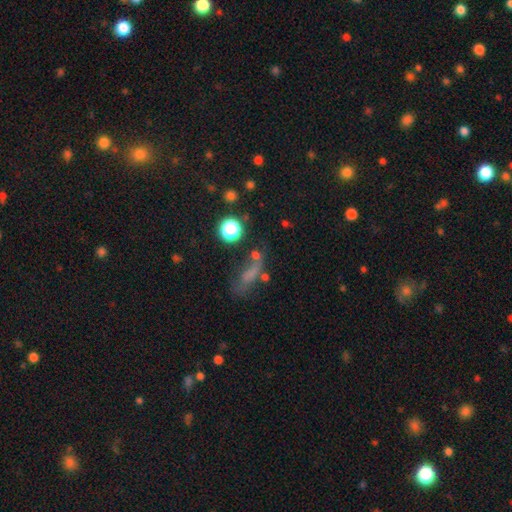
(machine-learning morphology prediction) The model was most divided on "smooth or featured": star or artifact: 44%, smooth: 39%, featured or disk: 17%.